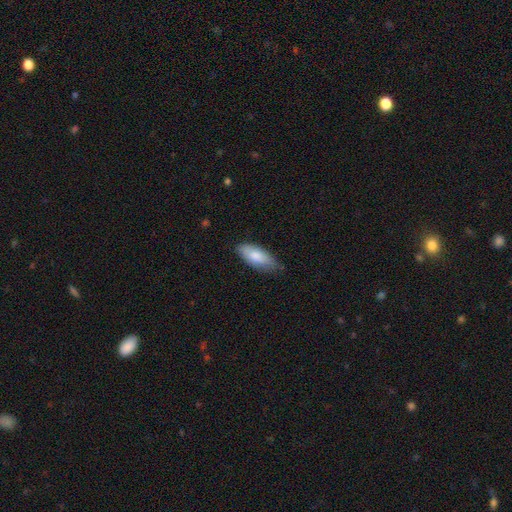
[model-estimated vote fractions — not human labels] A smooth galaxy with no disk features (81%) that is in between round and cigar-shaped (81%).

Vote fractions:
- Smooth or featured? smooth: 81% / featured or disk: 14% / star or artifact: 6%
- How rounded? in between: 81% / cigar-shaped: 17% / round: 2%
- Merging? none: 70% / minor disturbance: 25% / major disturbance: 4% / merger: 1%